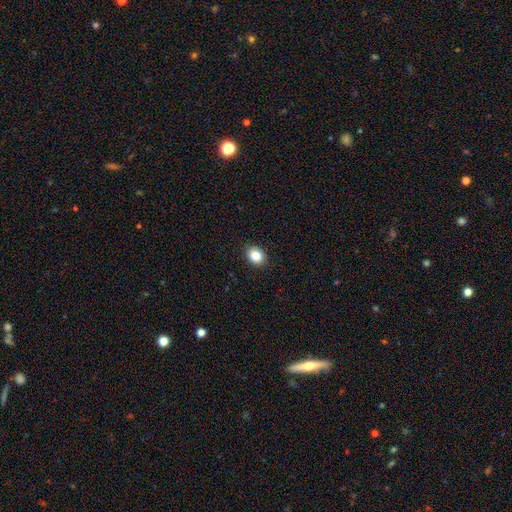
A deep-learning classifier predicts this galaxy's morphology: The model was most divided on "how rounded": in between: 55%, round: 44%, cigar-shaped: 1%. More confident: merging — none (89%); smooth or featured — smooth (87%).